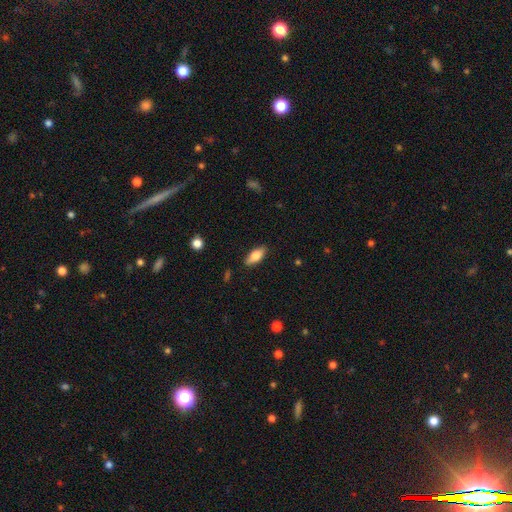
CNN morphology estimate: A smooth galaxy with no disk features (76%) that is in between round and cigar-shaped (82%).

Vote fractions:
- Smooth or featured? smooth: 76% / featured or disk: 18% / star or artifact: 6%
- How rounded? in between: 82% / cigar-shaped: 15% / round: 3%
- Merging? none: 87% / minor disturbance: 10% / major disturbance: 2% / merger: 1%